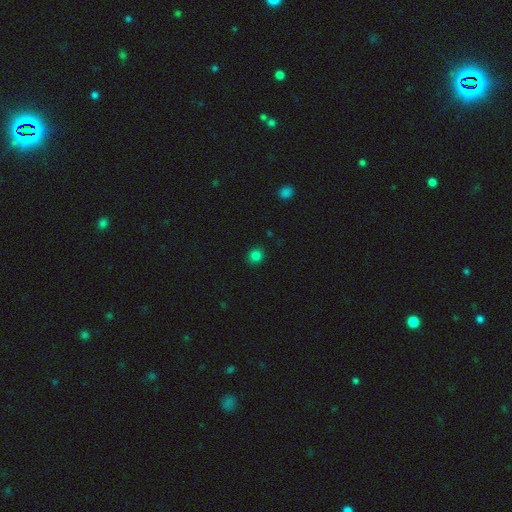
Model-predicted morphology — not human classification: smooth-or-featured: smooth: 81% | star or artifact: 14% | featured or disk: 4%
  how-rounded: round: 85% | in between: 14% | cigar-shaped: 1%
  merging: none: 90% | minor disturbance: 7% | major disturbance: 2% | merger: 1%